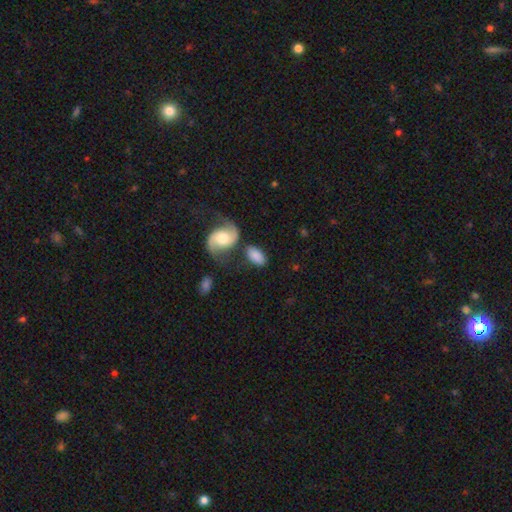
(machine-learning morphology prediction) smooth-or-featured: smooth: 70% | featured or disk: 23% | star or artifact: 7%
  how-rounded: in between: 92% | round: 6% | cigar-shaped: 3%
  merging: none: 60% | minor disturbance: 16% | merger: 16% | major disturbance: 7%